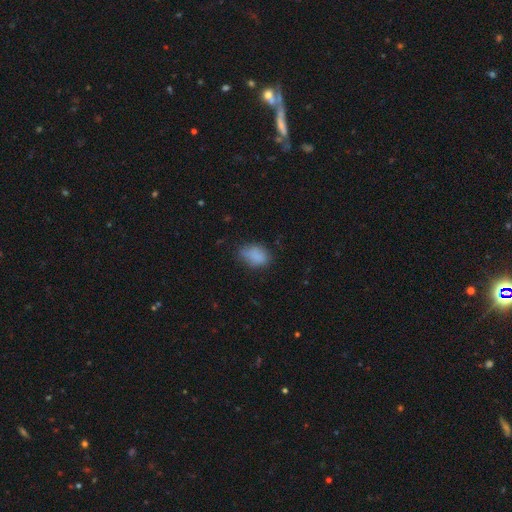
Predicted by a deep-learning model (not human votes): Overall: smooth (83%). How rounded: in between (80%). Merging: none (59%; minor disturbance 31%).